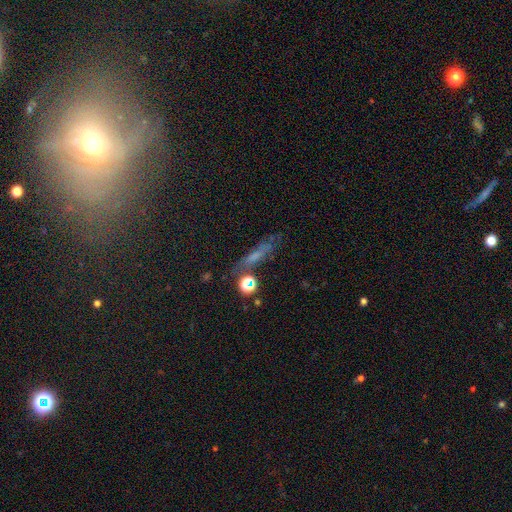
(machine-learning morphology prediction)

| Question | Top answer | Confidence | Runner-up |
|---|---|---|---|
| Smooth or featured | smooth | 42% | star or artifact (32%) |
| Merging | none | 65% | minor disturbance (18%) |